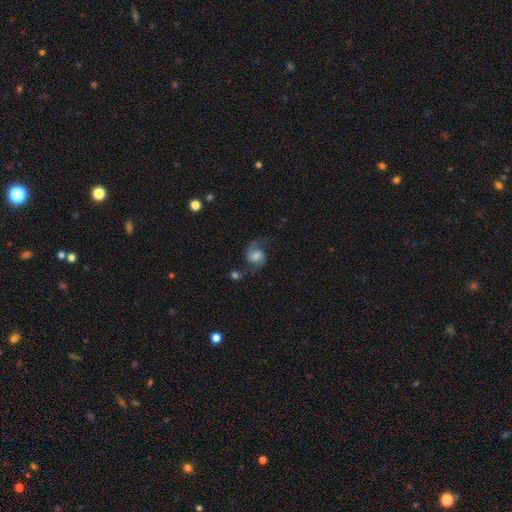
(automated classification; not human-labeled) Smooth or featured?
  - featured or disk: 76% *
  - smooth: 16%
  - star or artifact: 8%
Edge-on disk?
  - no: 98% *
  - yes: 2%
Bar?
  - no: 54% *
  - weak: 38%
  - strong: 7%
Spiral arms?
  - yes: 96% *
  - no: 4%
Spiral winding?
  - loose: 55% *
  - medium: 38%
  - tight: 7%
Spiral arm count?
  - 2: 91% *
  - 1: 4%
  - can't tell: 2%
  - 3: 1%
  - 4: 1%
  - more than 4: 1%
Bulge size?
  - moderate: 36% *
  - large: 27%
  - small: 17%
  - none: 14%
  - dominant: 5%
Merging?
  - none: 66% *
  - minor disturbance: 17%
  - major disturbance: 12%
  - merger: 6%